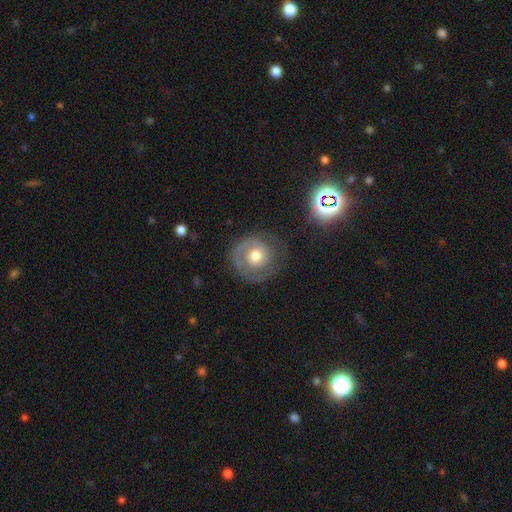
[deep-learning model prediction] featured or disk 63%, smooth 30%, star or artifact 7%. Down the decision tree: edge-on disk — no (97%); bar — no (82%); spiral arms — yes (75%); bulge size — moderate (72%); merging — none (68%).